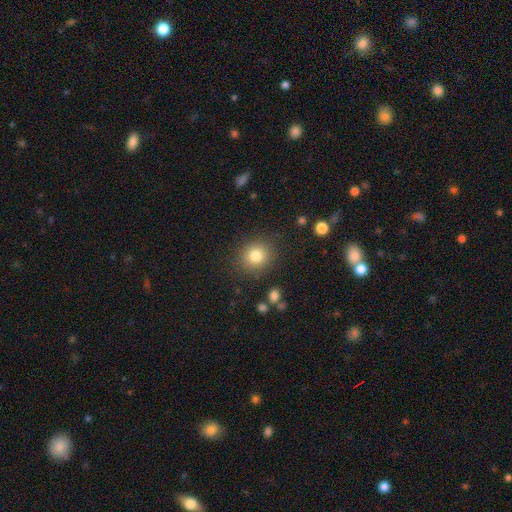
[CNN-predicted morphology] Smooth or featured? Predicted: smooth (p=0.80). How rounded? Predicted: round (p=0.84). Merging? Predicted: none (p=0.86).